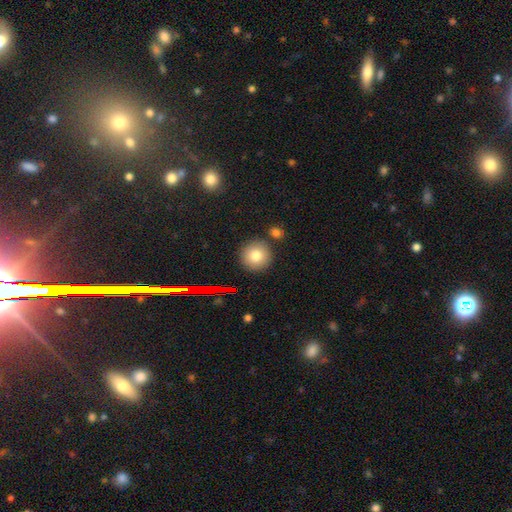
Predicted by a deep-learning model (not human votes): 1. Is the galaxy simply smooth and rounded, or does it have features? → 79% smooth, 12% star or artifact, 10% featured or disk.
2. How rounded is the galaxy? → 94% round, 5% in between, 1% cigar-shaped.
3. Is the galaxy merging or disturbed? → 85% none, 7% minor disturbance, 6% merger, 2% major disturbance.